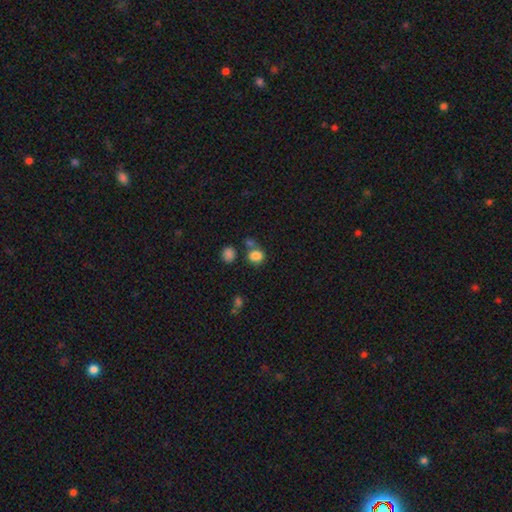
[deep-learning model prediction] Smooth or featured? Predicted: smooth (p=0.82). How rounded? Predicted: round (p=0.67). Merging? Predicted: none (p=0.59).